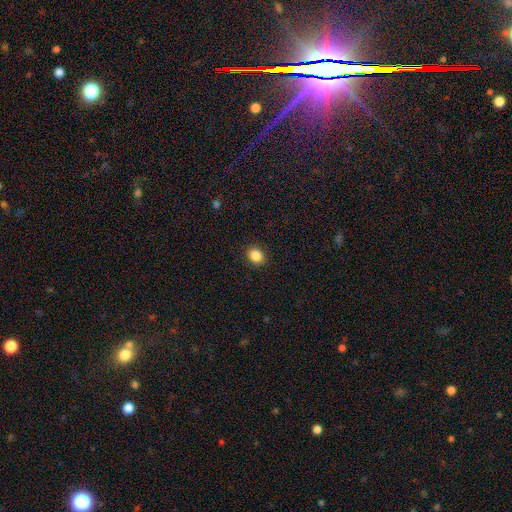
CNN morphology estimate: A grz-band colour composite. It shows a smooth galaxy with no disk features (86%) that is round (54%). Merging: none (90%).